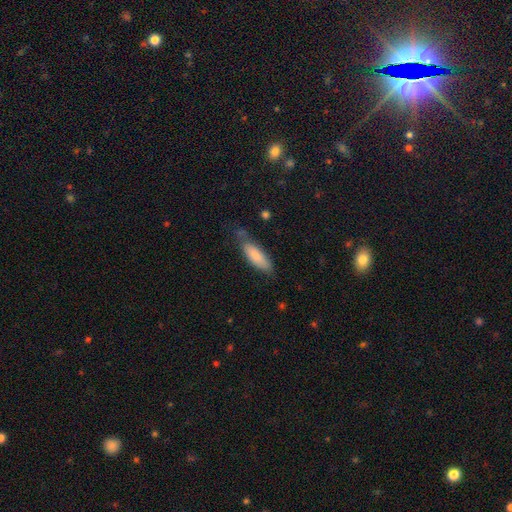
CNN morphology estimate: Q: Smooth or featured?
A: smooth (83%); runner-up: featured or disk (12%)
Q: How rounded?
A: in between (55%); runner-up: cigar-shaped (44%)
Q: Merging?
A: none (60%); runner-up: minor disturbance (29%)